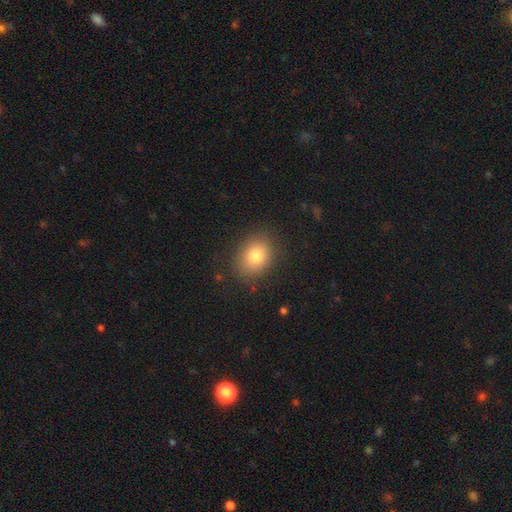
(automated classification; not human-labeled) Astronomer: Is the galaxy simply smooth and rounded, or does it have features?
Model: smooth — 80%.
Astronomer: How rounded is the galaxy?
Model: in between — 55% (runner-up: round, 44%).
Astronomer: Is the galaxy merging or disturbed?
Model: none — 85%.